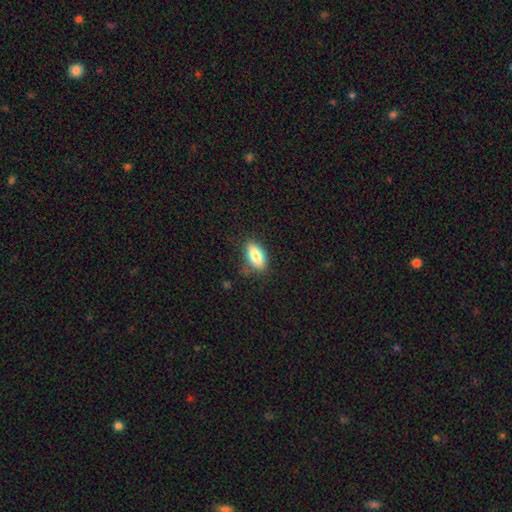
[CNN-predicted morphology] This is likely a smooth galaxy (78%). How rounded: clearly in between (85%). Merging: clearly none (80%).